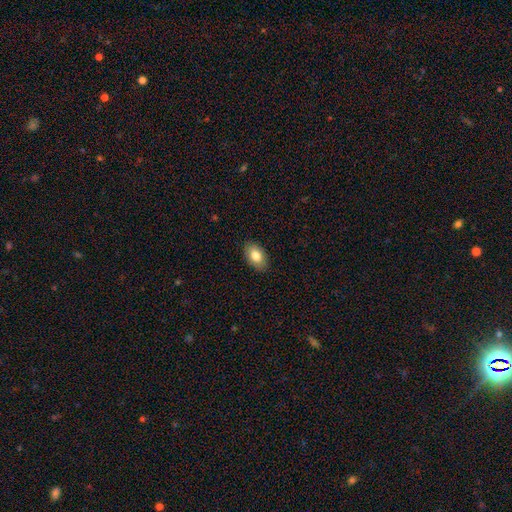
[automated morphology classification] This is clearly a smooth galaxy (81%). How rounded: clearly in between (92%). Merging: clearly none (88%).